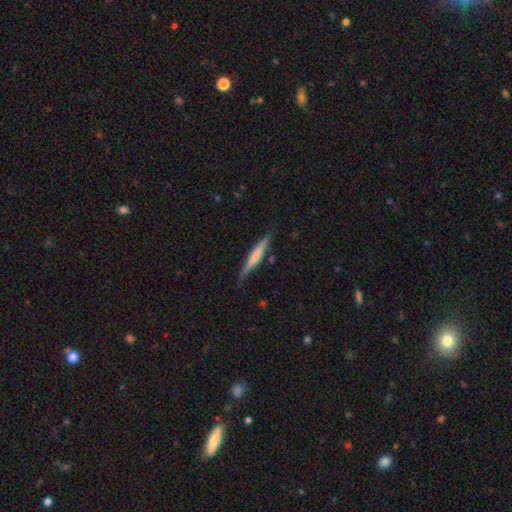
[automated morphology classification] This is possibly a smooth galaxy (55%). How rounded: clearly cigar-shaped (94%). Merging: likely none (80%).